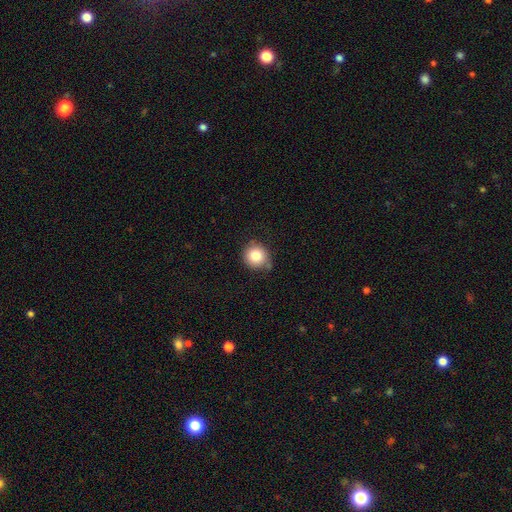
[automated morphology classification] Overall: smooth (83%). How rounded: round (92%). Merging: none (73%).